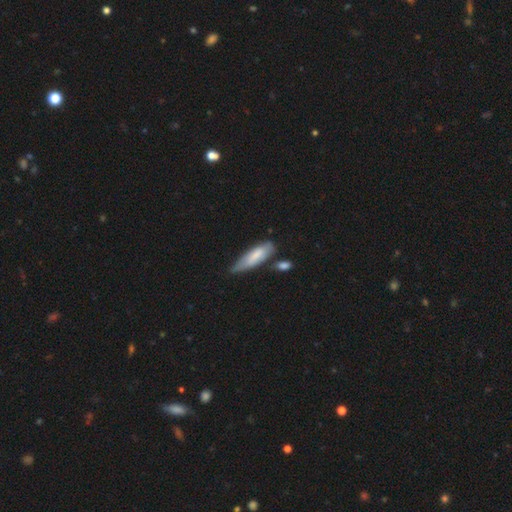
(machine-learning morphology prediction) Smooth or featured: smooth — 71% (featured or disk — 24%)
How rounded: cigar-shaped — 50% (in between — 49%)
Merging: none — 45% (minor disturbance — 34%)